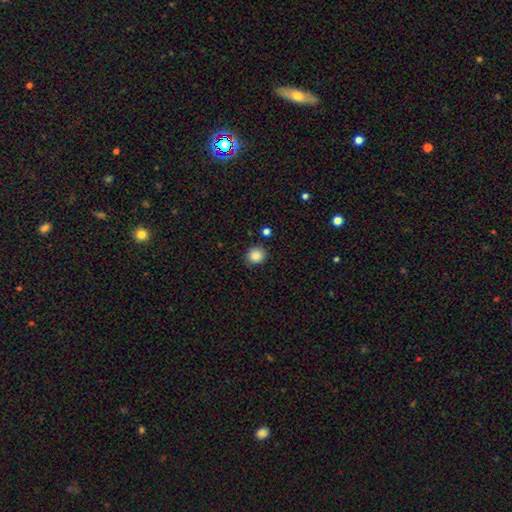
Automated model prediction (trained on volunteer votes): Overall: smooth (87%). How rounded: round (87%). Merging: none (87%).